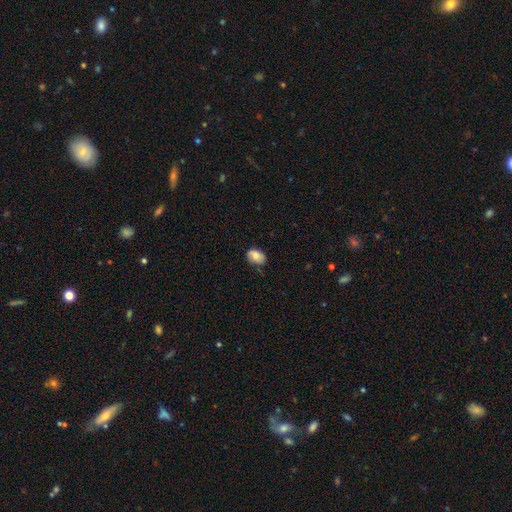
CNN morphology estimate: Smooth or featured: smooth — 75% (featured or disk — 17%)
How rounded: in between — 83% (round — 16%)
Merging: none — 62% (minor disturbance — 30%)